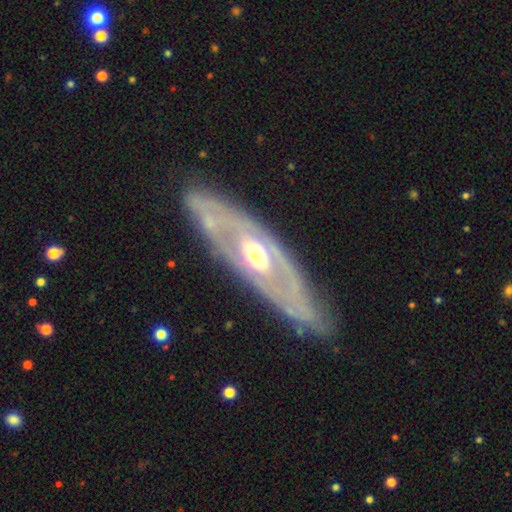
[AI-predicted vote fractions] The model was most divided on "spiral arms": no: 60%, yes: 40%. More confident: smooth or featured — featured or disk (81%); merging — none (78%); bar — no (75%); bulge size — moderate (74%); edge-on disk — no (73%).